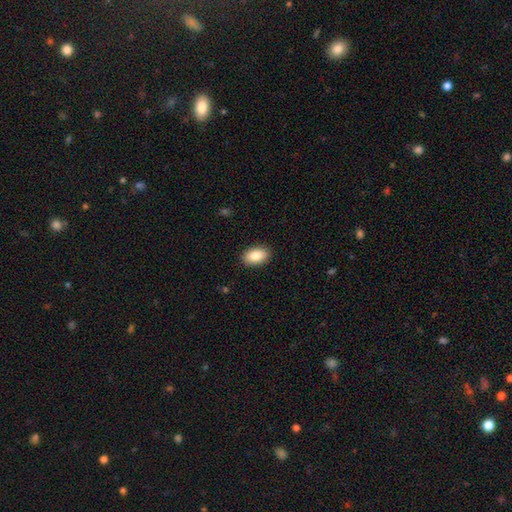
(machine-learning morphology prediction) smooth 86%, star or artifact 7%, featured or disk 6%. Down the decision tree: how rounded — in between (91%); merging — none (90%).